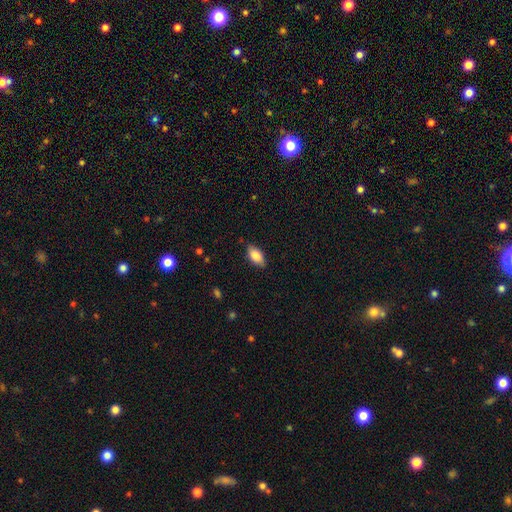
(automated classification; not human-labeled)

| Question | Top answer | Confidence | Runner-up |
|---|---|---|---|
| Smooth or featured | smooth | 85% | featured or disk (9%) |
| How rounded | in between | 92% | cigar-shaped (5%) |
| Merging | none | 82% | minor disturbance (14%) |